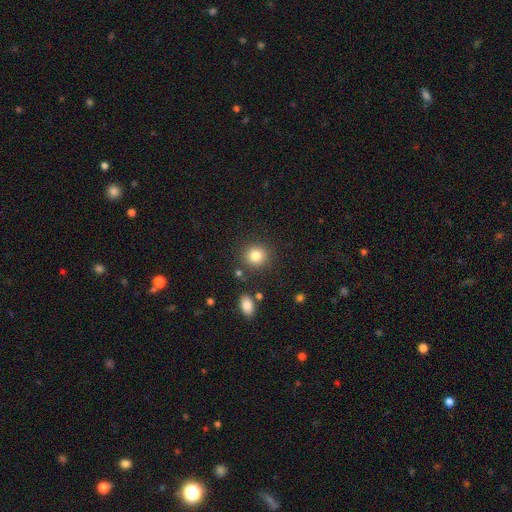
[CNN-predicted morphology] Smooth or featured: smooth — 83% (star or artifact — 10%)
How rounded: round — 87% (in between — 12%)
Merging: none — 85% (minor disturbance — 8%)